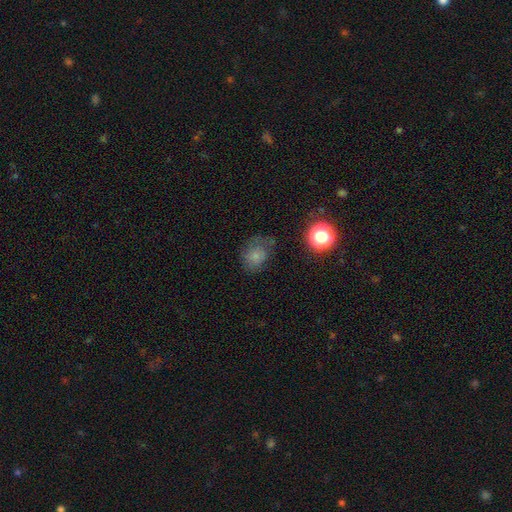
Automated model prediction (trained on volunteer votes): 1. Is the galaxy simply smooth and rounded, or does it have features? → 70% smooth, 16% star or artifact, 14% featured or disk.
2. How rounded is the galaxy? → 56% round, 43% in between, 1% cigar-shaped.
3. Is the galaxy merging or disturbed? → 48% none, 29% minor disturbance, 20% major disturbance, 3% merger.